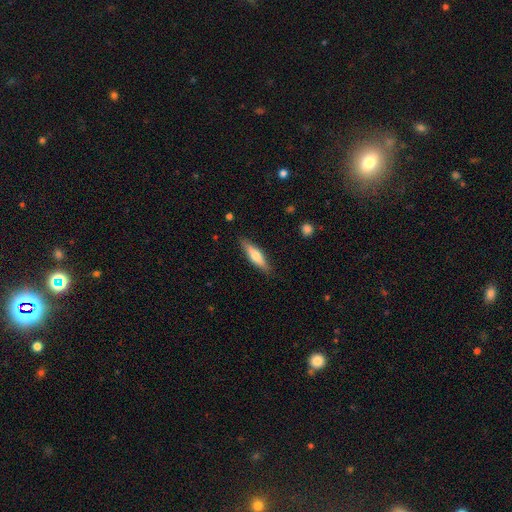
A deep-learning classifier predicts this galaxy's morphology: Overall: smooth (57%; featured or disk 38%). How rounded: cigar-shaped (70%). Merging: none (87%).